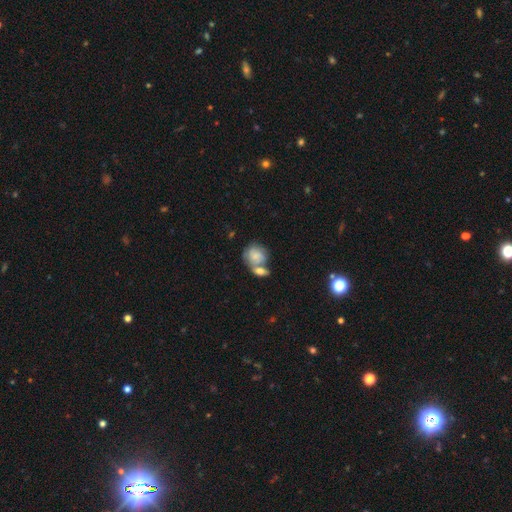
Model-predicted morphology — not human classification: Smooth or featured? smooth (68%)
How rounded? round (63%)
Merging? merger (55%)